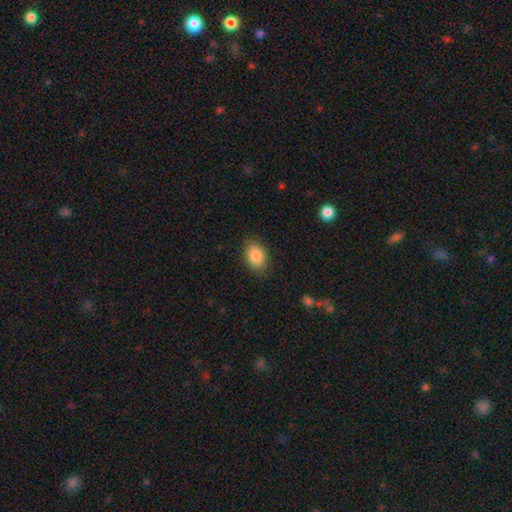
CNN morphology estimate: The model was most divided on "how rounded": in between: 82%, round: 17%, cigar-shaped: 1%. More confident: smooth or featured — smooth (87%); merging — none (84%).